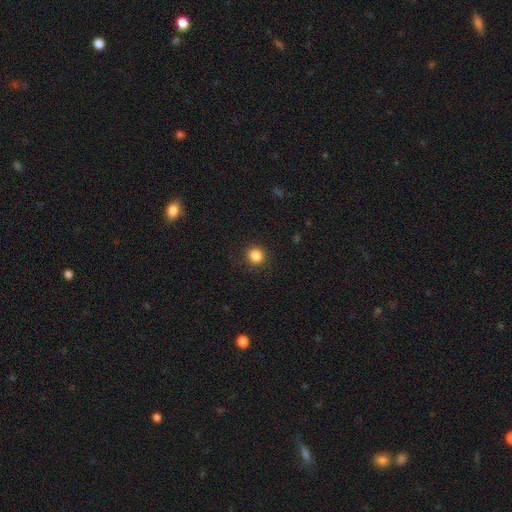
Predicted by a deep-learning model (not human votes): This appears to be a smooth galaxy with no disk features (85%) that is round (89%). Merging: none (87%).